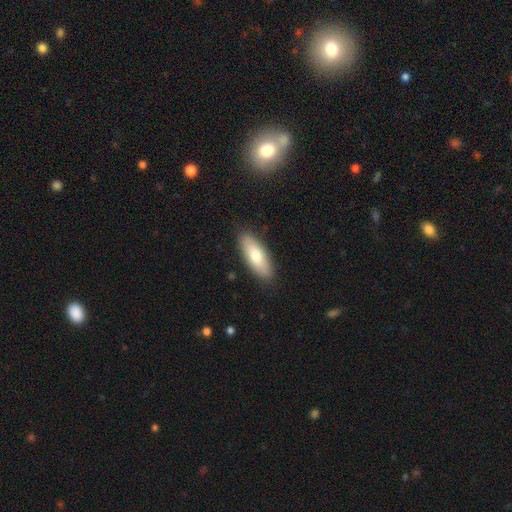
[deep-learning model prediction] Overall: smooth (72%). How rounded: in between (71%). Merging: none (88%).